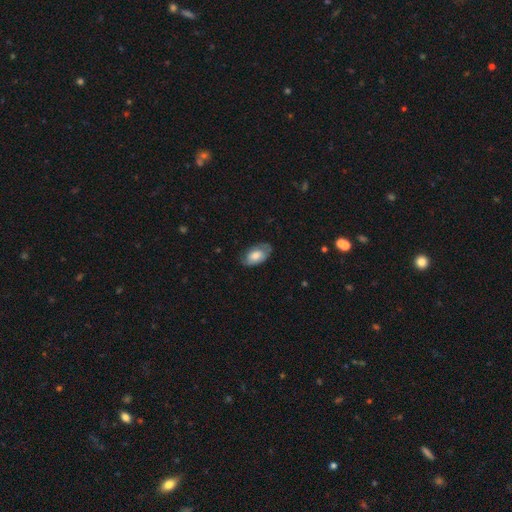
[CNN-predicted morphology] A smooth galaxy with no disk features (62%) that is in between round and cigar-shaped (93%).

Vote fractions:
- Smooth or featured? smooth: 62% / featured or disk: 32% / star or artifact: 6%
- How rounded? in between: 93% / round: 5% / cigar-shaped: 2%
- Merging? none: 70% / minor disturbance: 23% / major disturbance: 6% / merger: 1%